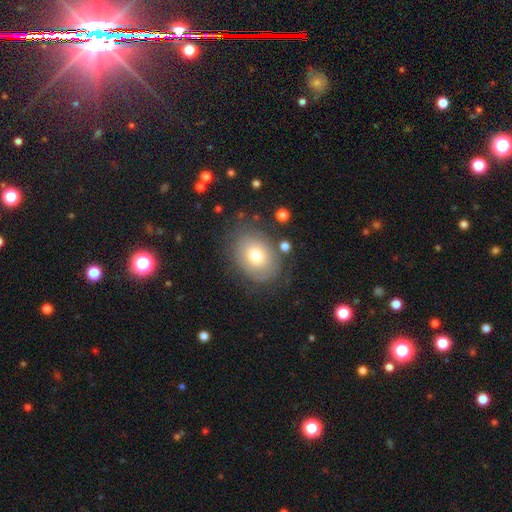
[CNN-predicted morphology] Smooth or featured: smooth — 65% (featured or disk — 26%)
How rounded: in between — 65% (round — 34%)
Merging: none — 74% (minor disturbance — 17%)